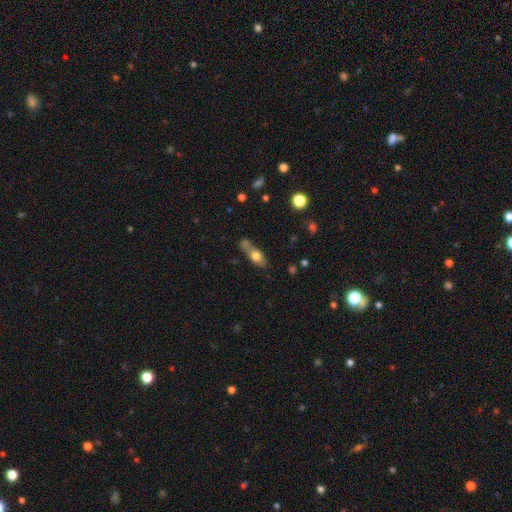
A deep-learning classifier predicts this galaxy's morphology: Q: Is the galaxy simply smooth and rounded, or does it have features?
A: smooth — 65%.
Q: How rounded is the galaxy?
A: in between — 60%.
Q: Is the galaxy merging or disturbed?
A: none — 46%.